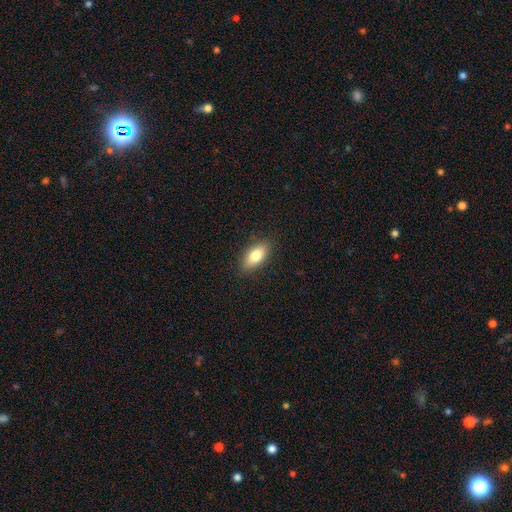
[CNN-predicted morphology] Smooth or featured? Predicted: smooth (p=0.80). How rounded? Predicted: in between (p=0.86). Merging? Predicted: none (p=0.88).